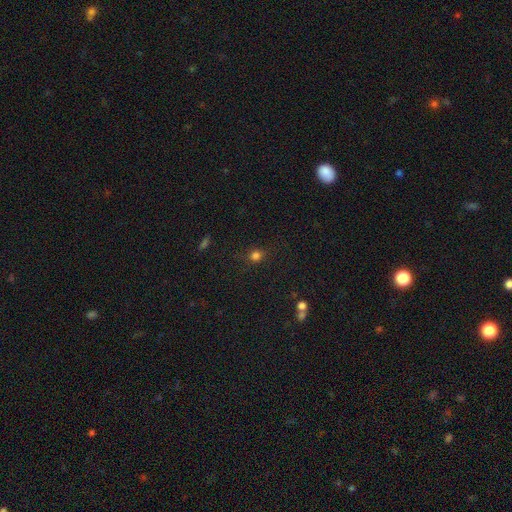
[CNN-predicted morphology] The model was most divided on "smooth or featured": smooth: 75%, star or artifact: 19%, featured or disk: 6%. More confident: how rounded — round (82%); merging — none (82%).